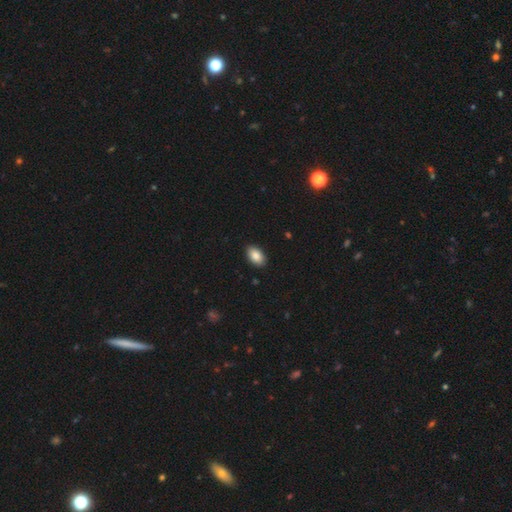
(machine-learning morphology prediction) type=smooth (88%); roundness=in between (92%); merging=none (90%).